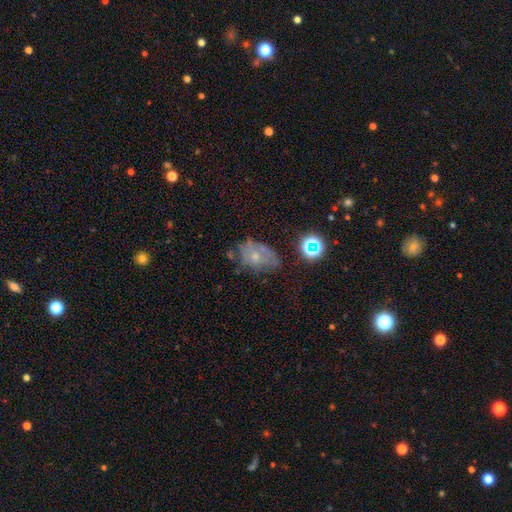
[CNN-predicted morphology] Smooth or featured: smooth — 45% (featured or disk — 38%)
Merging: none — 43% (minor disturbance — 32%)